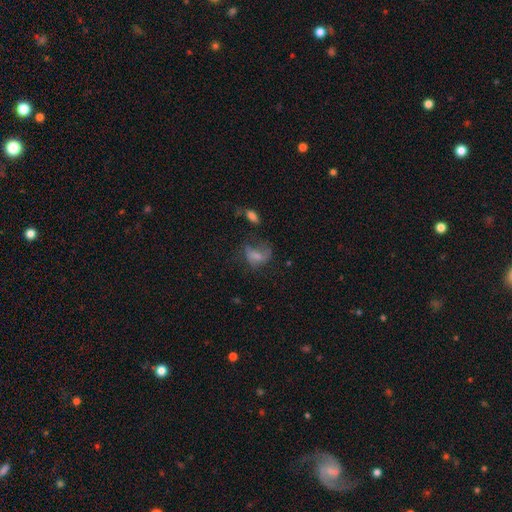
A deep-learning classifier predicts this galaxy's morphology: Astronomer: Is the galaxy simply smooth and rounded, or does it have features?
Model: smooth — 50% (runner-up: featured or disk, 37%).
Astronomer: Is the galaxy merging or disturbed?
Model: major disturbance — 41% (runner-up: none, 30%).